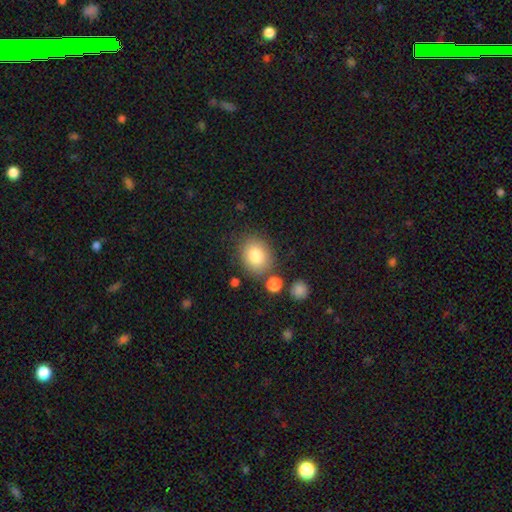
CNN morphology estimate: smooth_or_featured: smooth (p=0.81) [alt: star or artifact p=0.09]
how_rounded: round (p=0.65) [alt: in between p=0.34]
merging: none (p=0.79) [alt: minor disturbance p=0.11]